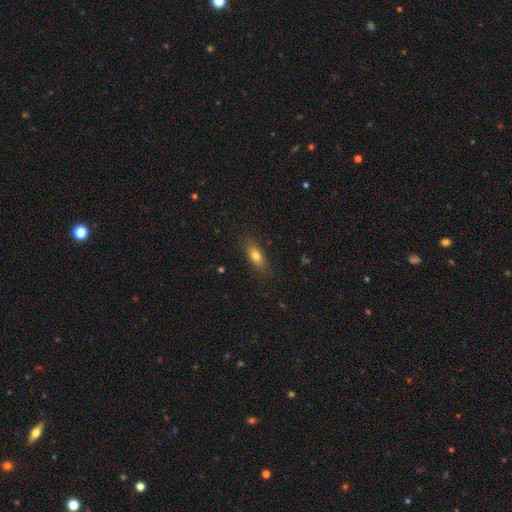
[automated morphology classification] type=smooth (77%); roundness=in between (71%); merging=none (83%).